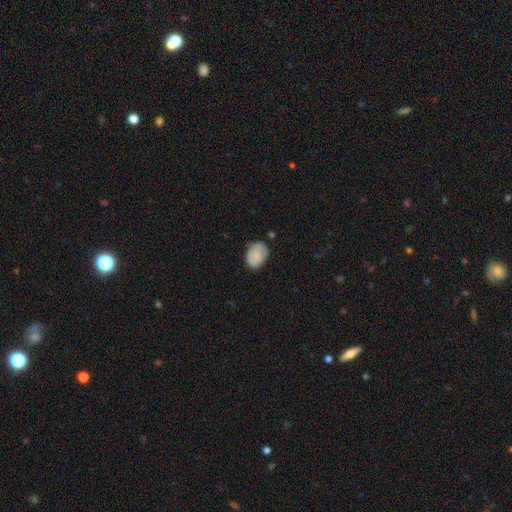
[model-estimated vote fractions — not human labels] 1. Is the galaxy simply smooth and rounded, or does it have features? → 80% smooth, 12% featured or disk, 8% star or artifact.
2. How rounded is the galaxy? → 79% in between, 20% round, 1% cigar-shaped.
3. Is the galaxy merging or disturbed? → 70% none, 23% minor disturbance, 5% major disturbance, 2% merger.